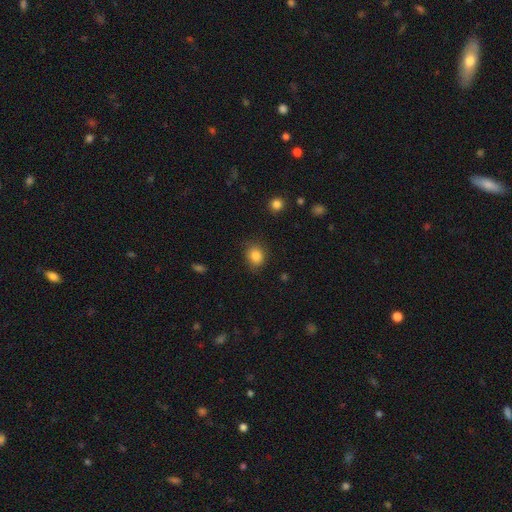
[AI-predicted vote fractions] A smooth galaxy with no disk features (85%) that is round (61%). Merging: none (80%).